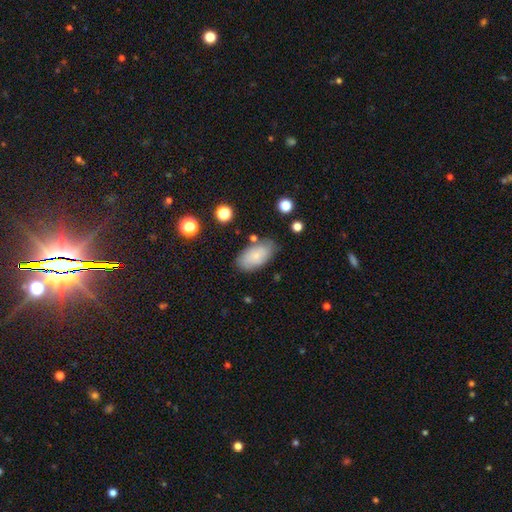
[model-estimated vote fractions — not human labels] smooth-or-featured: smooth: 77% | featured or disk: 16% | star or artifact: 7%
  how-rounded: in between: 94% | round: 3% | cigar-shaped: 3%
  merging: none: 74% | minor disturbance: 17% | major disturbance: 5% | merger: 4%